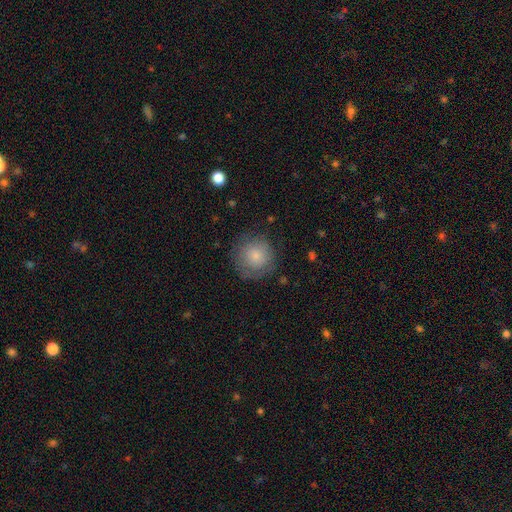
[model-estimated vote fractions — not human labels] smooth-or-featured: smooth: 78% | featured or disk: 13% | star or artifact: 8%
  how-rounded: round: 94% | in between: 5% | cigar-shaped: 1%
  merging: none: 78% | minor disturbance: 15% | major disturbance: 6% | merger: 1%